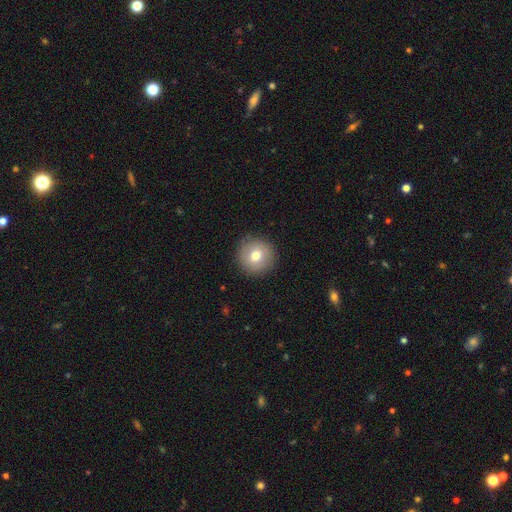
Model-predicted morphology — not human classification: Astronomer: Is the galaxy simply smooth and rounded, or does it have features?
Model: smooth — 74%.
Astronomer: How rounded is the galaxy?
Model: round — 95%.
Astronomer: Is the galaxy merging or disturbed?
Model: none — 91%.